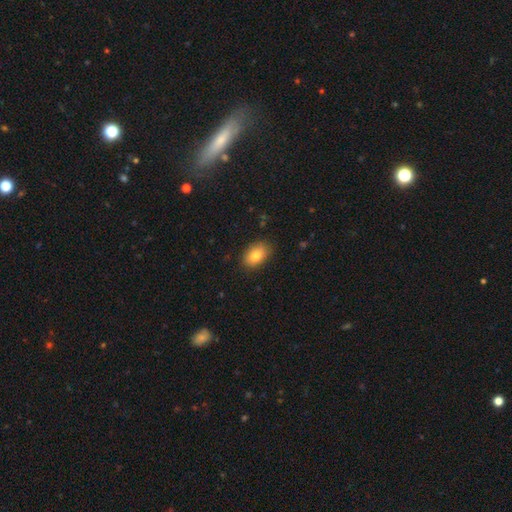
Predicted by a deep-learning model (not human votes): Morphology: type=smooth (82%); roundness=in between (88%); merging=none (82%).